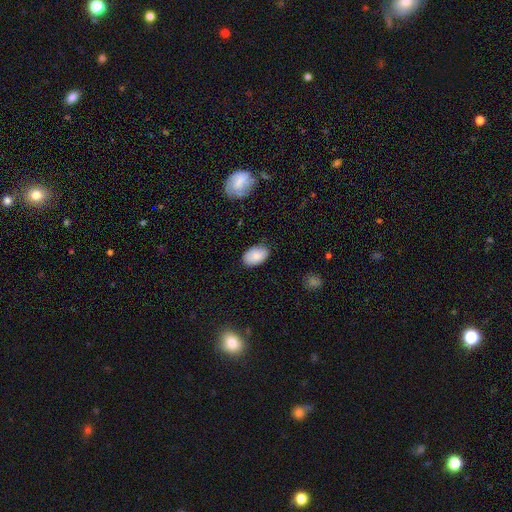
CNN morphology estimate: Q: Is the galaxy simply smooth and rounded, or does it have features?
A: smooth — 85%.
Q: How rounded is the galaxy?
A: in between — 91%.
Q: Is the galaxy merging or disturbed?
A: none — 80%.